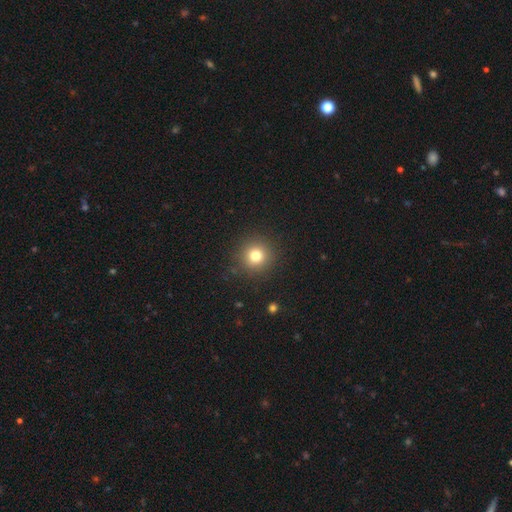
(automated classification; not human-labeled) Q: Smooth or featured?
A: smooth (78%); runner-up: star or artifact (14%)
Q: How rounded?
A: round (93%); runner-up: in between (6%)
Q: Merging?
A: none (90%); runner-up: minor disturbance (6%)